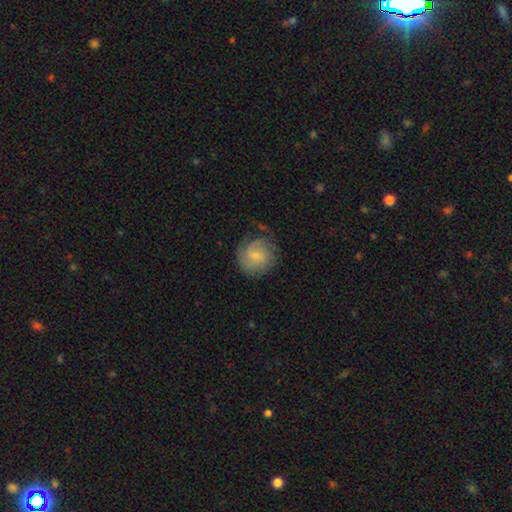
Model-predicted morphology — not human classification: This appears to be a smooth galaxy with no disk features (49%). Merging: none (62%).